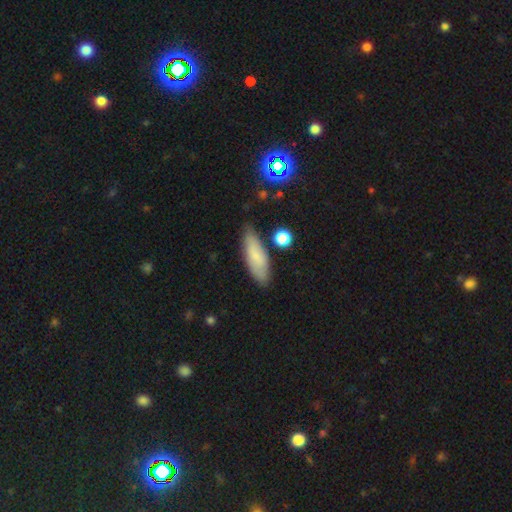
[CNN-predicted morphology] This is likely a smooth galaxy (71%). How rounded: possibly in between (55%). Merging: likely none (78%).